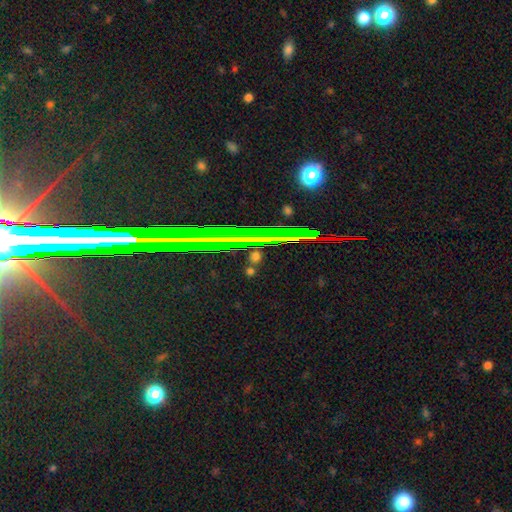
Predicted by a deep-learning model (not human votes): A star or artifact, not a galaxy (72%).